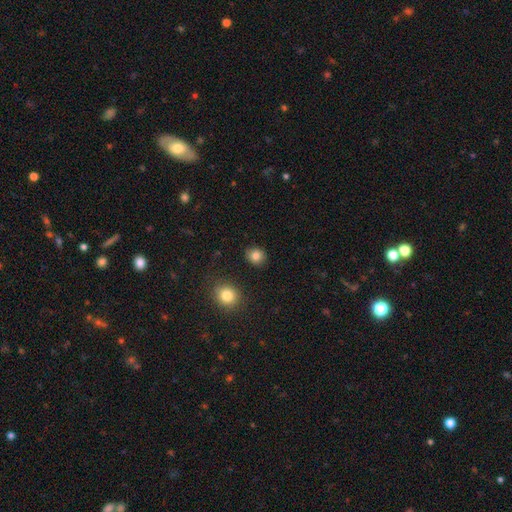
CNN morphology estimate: A smooth galaxy with no disk features (83%) that is round (76%). Merging: none (89%).